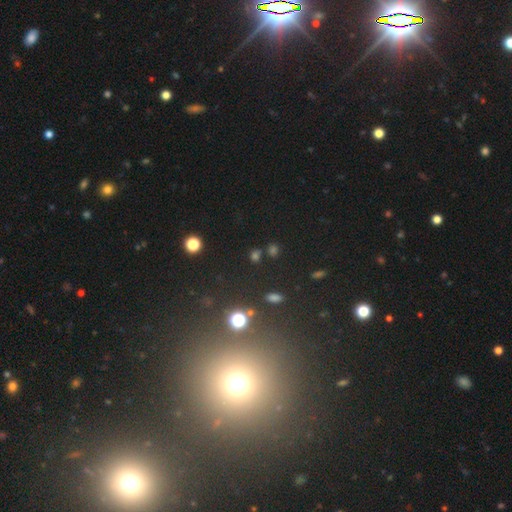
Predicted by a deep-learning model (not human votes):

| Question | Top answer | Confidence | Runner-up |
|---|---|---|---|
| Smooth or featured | star or artifact | 47% | smooth (43%) |